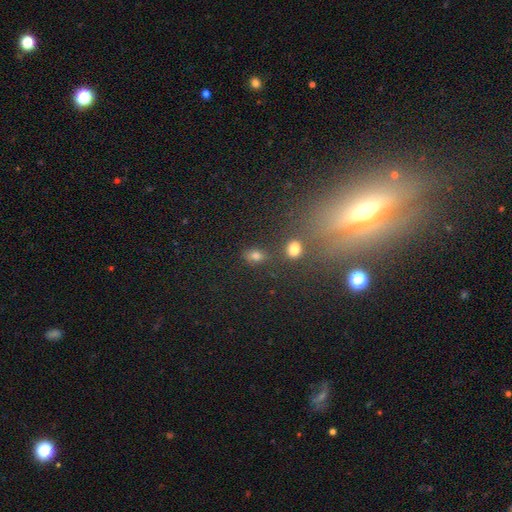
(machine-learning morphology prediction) Smooth or featured? smooth (73%)
How rounded? in between (74%)
Merging? none (72%)